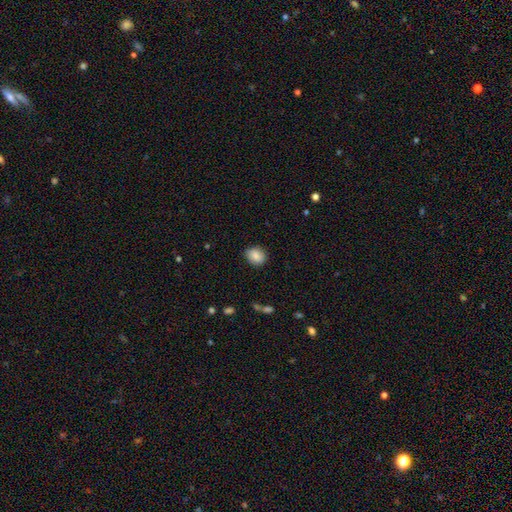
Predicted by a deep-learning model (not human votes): A smooth galaxy with no disk features (87%) that is round (50%).

Vote fractions:
- Smooth or featured? smooth: 87% / star or artifact: 8% / featured or disk: 5%
- How rounded? round: 50% / in between: 49% / cigar-shaped: 1%
- Merging? none: 86% / minor disturbance: 10% / major disturbance: 3% / merger: 1%